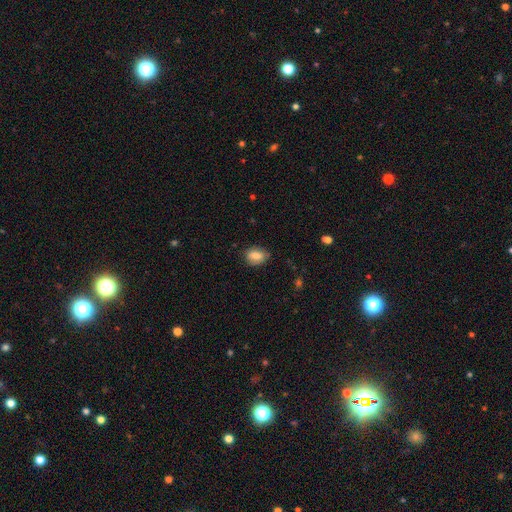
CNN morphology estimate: A smooth galaxy with no disk features (80%) that is in between round and cigar-shaped (71%).

Vote fractions:
- Smooth or featured? smooth: 80% / featured or disk: 11% / star or artifact: 8%
- How rounded? in between: 71% / round: 27% / cigar-shaped: 2%
- Merging? none: 77% / minor disturbance: 19% / major disturbance: 4% / merger: 1%